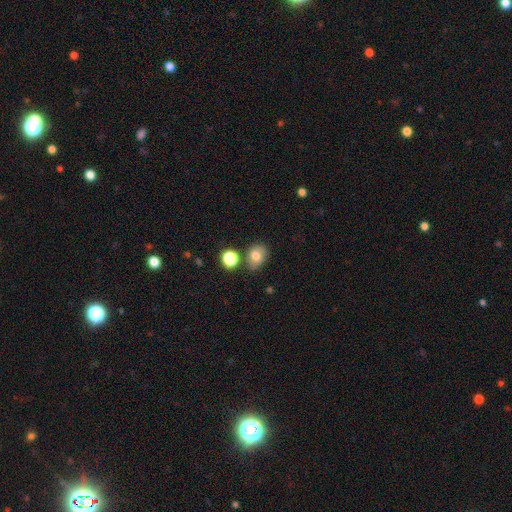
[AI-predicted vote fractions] Smooth or featured? smooth (76%)
How rounded? in between (51%)
Merging? none (69%)